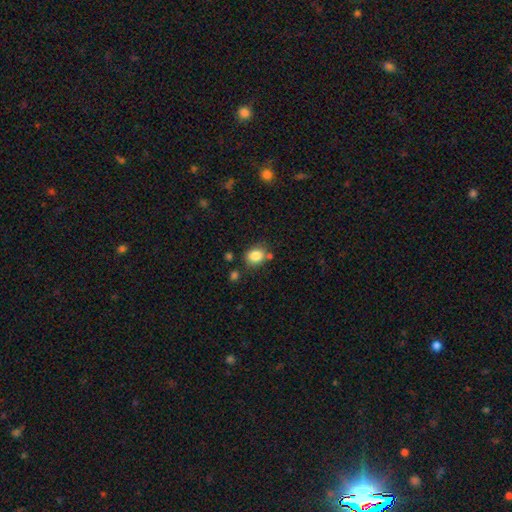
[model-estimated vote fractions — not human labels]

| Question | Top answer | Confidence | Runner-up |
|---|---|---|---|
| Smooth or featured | smooth | 84% | star or artifact (10%) |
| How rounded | round | 54% | in between (45%) |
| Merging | none | 69% | minor disturbance (16%) |